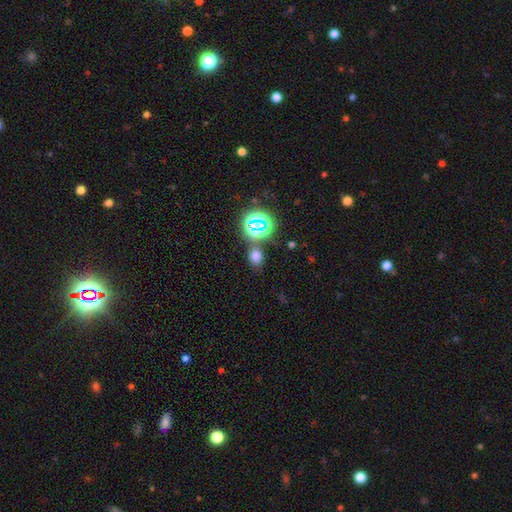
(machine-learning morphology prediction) This is likely a smooth galaxy (66%). How rounded: possibly round (56%). Merging: likely none (73%).